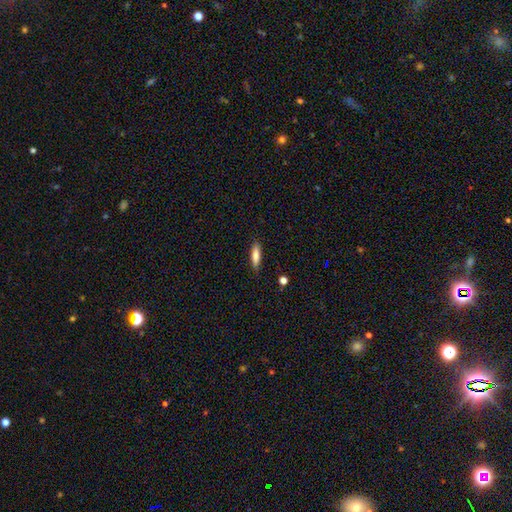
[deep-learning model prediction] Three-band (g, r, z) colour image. It shows a smooth galaxy with no disk features (80%) that is cigar-shaped (62%). Merging: none (86%).